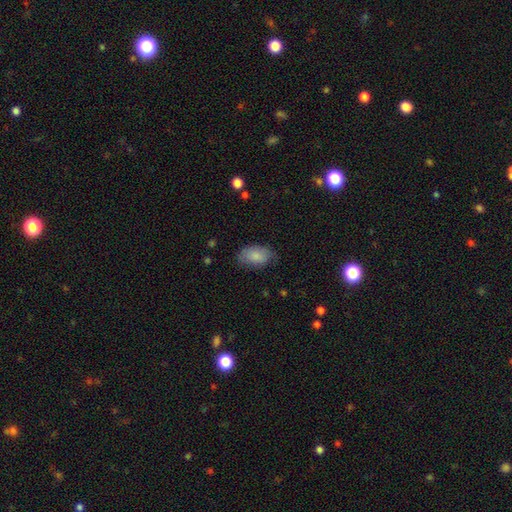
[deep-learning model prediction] Smooth or featured? Predicted: smooth (p=0.84). How rounded? Predicted: in between (p=0.92). Merging? Predicted: none (p=0.71).